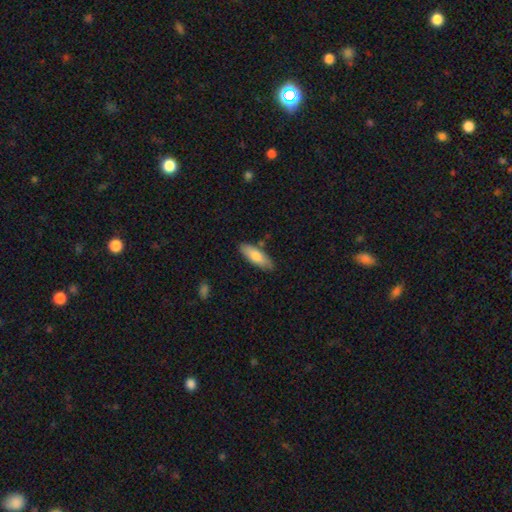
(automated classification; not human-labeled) The model was most divided on "how rounded": in between: 62%, cigar-shaped: 36%, round: 2%. More confident: merging — none (82%); smooth or featured — smooth (77%).